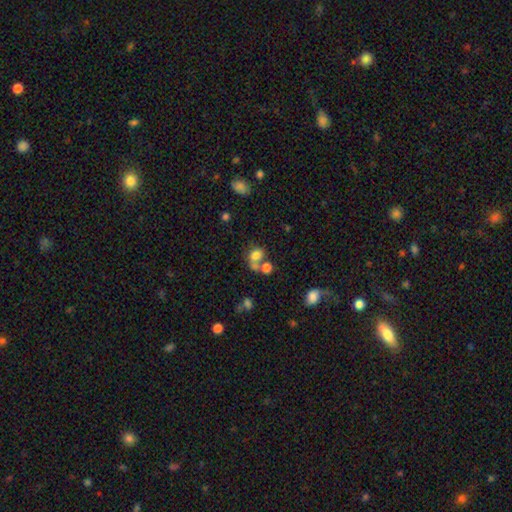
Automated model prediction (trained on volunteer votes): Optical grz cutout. It shows a smooth galaxy with no disk features (74%) that is round (56%). Merging: merger (44%).